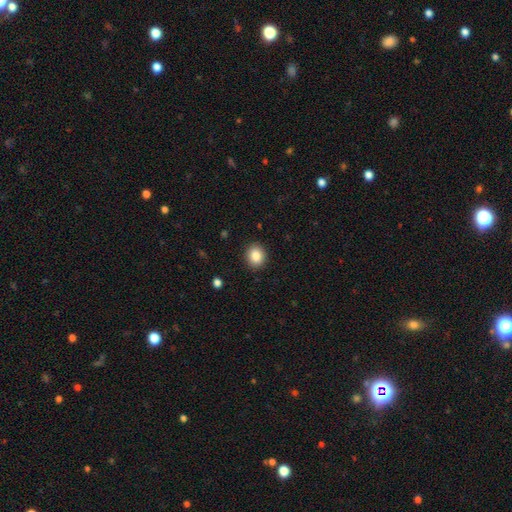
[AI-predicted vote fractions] smooth 87%, star or artifact 9%, featured or disk 5%. Down the decision tree: how rounded — round (68%); merging — none (91%).